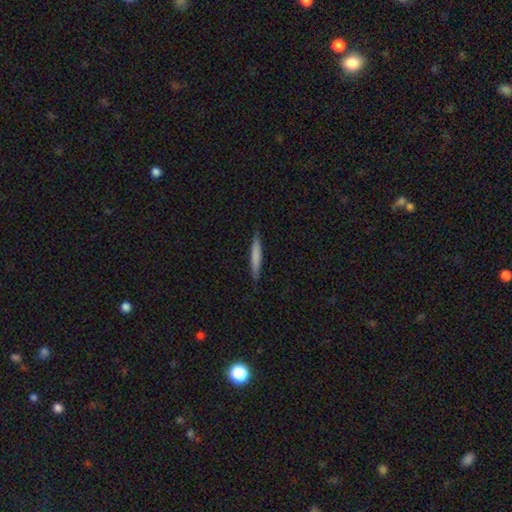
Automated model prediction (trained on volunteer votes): Smooth or featured? smooth (69%)
How rounded? cigar-shaped (95%)
Merging? none (88%)